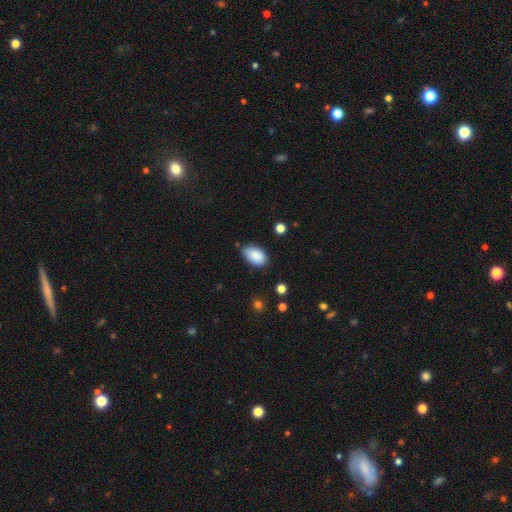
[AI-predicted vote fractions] This is clearly a smooth galaxy (88%). How rounded: clearly in between (92%). Merging: likely none (69%).